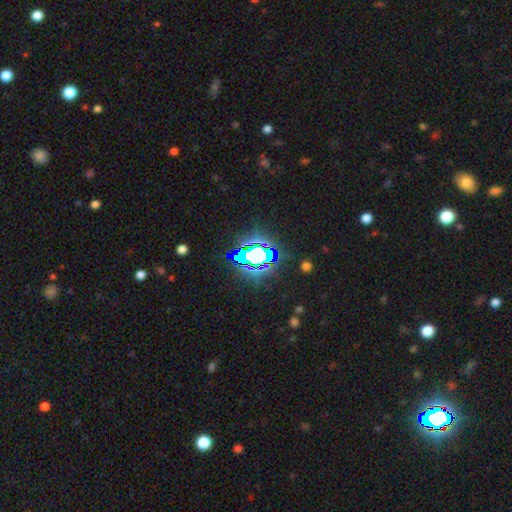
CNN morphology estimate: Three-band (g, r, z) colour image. It shows a star or artifact, not a galaxy (62%).